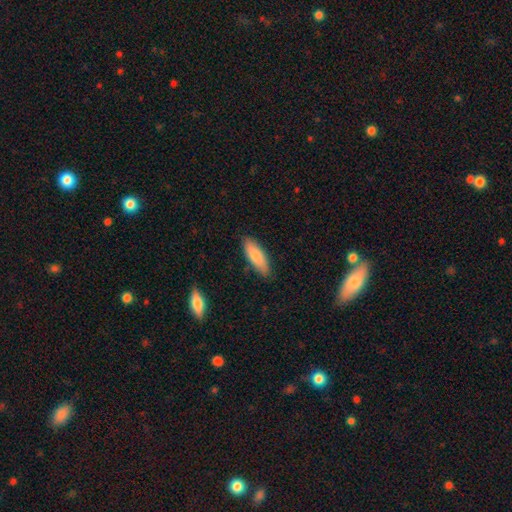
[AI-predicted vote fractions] Q: Smooth or featured?
A: smooth (83%); runner-up: featured or disk (11%)
Q: How rounded?
A: in between (58%); runner-up: cigar-shaped (40%)
Q: Merging?
A: none (84%); runner-up: minor disturbance (12%)